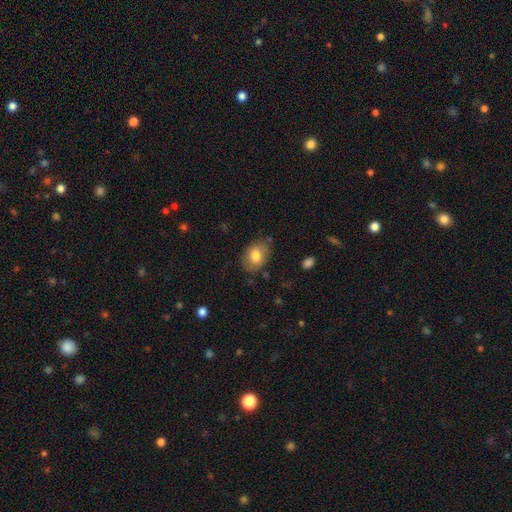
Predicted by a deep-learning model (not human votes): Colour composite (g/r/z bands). It shows a smooth galaxy with no disk features (76%) that is in between round and cigar-shaped (79%). Merging: none (76%).